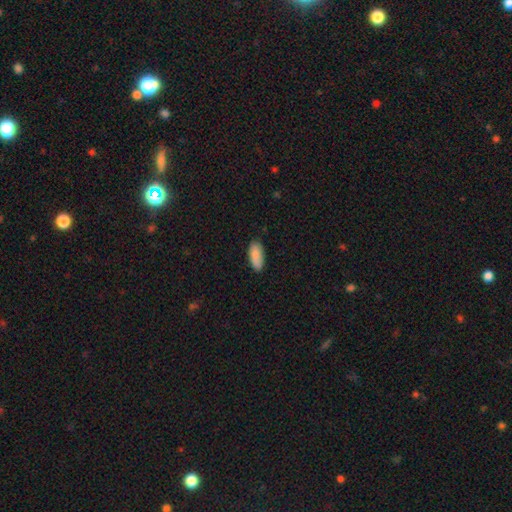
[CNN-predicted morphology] smooth-or-featured: smooth: 89% | star or artifact: 6% | featured or disk: 5%
  how-rounded: in between: 86% | cigar-shaped: 13% | round: 2%
  merging: none: 84% | minor disturbance: 13% | major disturbance: 2% | merger: 1%